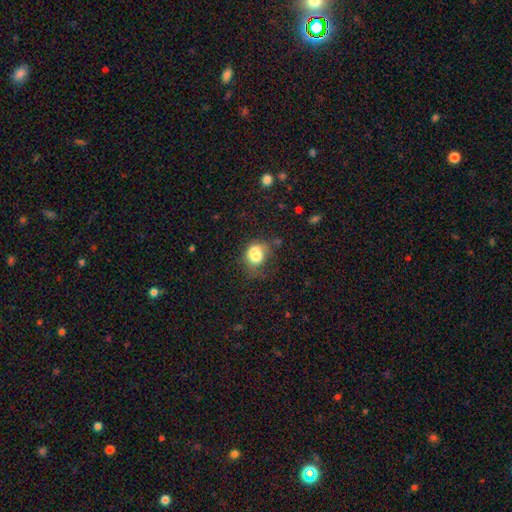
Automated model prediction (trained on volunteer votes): This is likely a smooth galaxy (72%). How rounded: possibly round (52%). Merging: marginally none (30%).